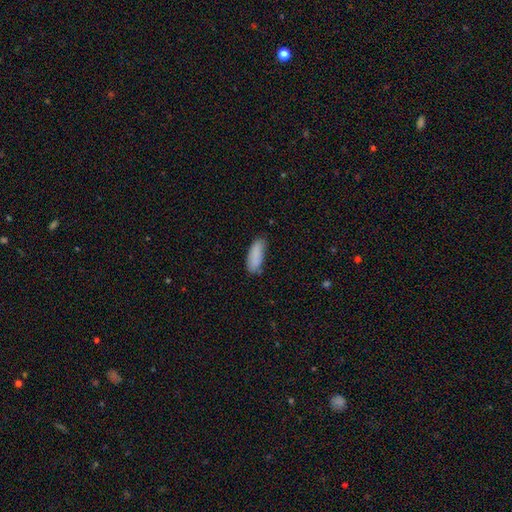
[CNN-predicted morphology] Smooth or featured: smooth — 86% (featured or disk — 7%)
How rounded: in between — 68% (cigar-shaped — 30%)
Merging: none — 71% (minor disturbance — 23%)